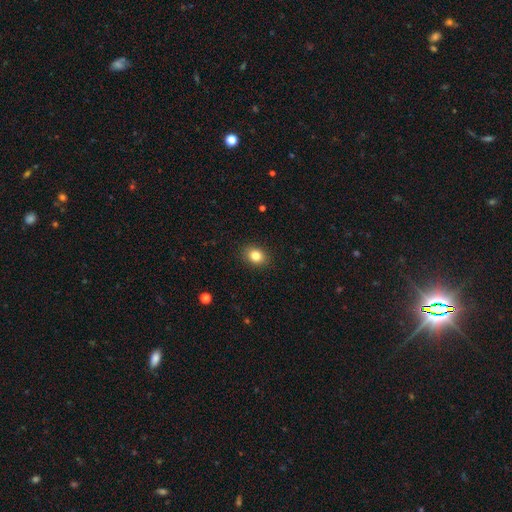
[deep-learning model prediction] smooth 83%, star or artifact 10%, featured or disk 7%. Down the decision tree: how rounded — in between (53%); merging — none (90%).